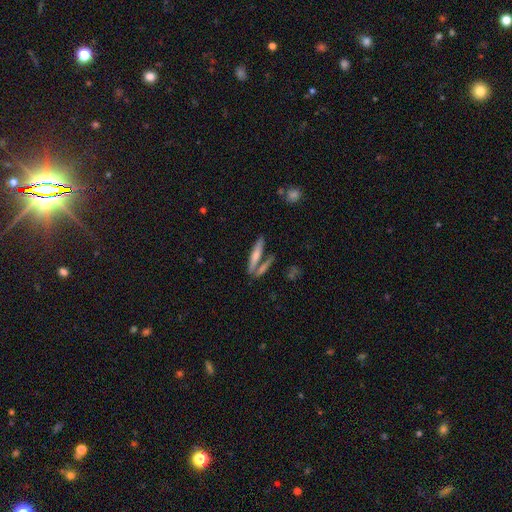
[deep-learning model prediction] smooth 59%, featured or disk 34%, star or artifact 7%. Down the decision tree: how rounded — cigar-shaped (86%); merging — none (64%).